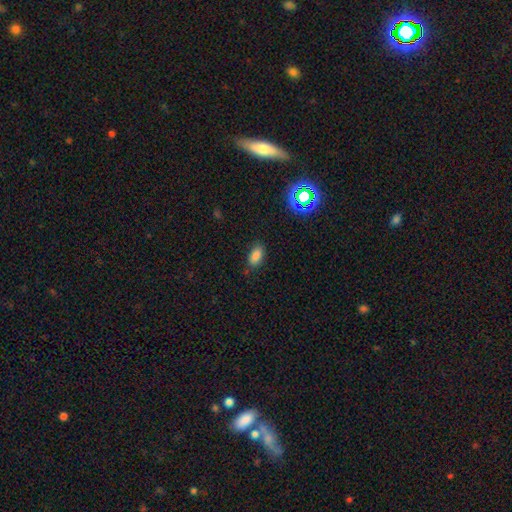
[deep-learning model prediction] Smooth or featured? Predicted: smooth (p=0.81). How rounded? Predicted: in between (p=0.90). Merging? Predicted: none (p=0.81).